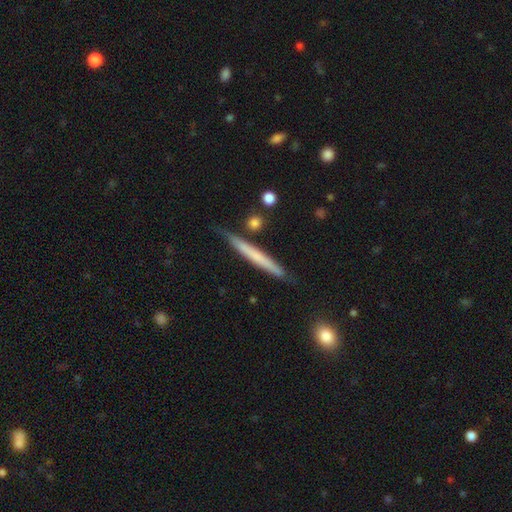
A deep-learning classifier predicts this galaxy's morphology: This is possibly a smooth galaxy (54%). How rounded: clearly cigar-shaped (96%). Merging: clearly none (81%).